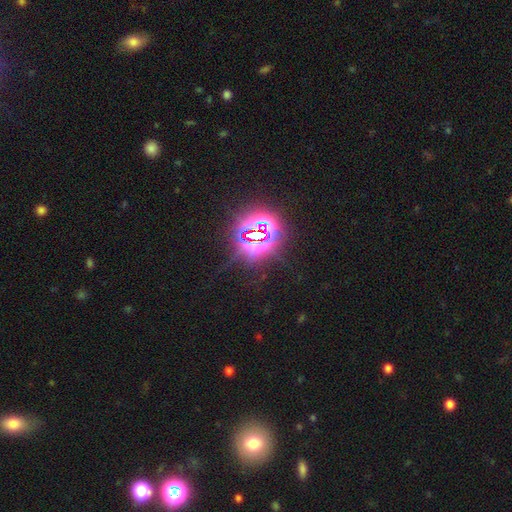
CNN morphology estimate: Smooth or featured?
  - star or artifact: 78% *
  - smooth: 15%
  - featured or disk: 7%